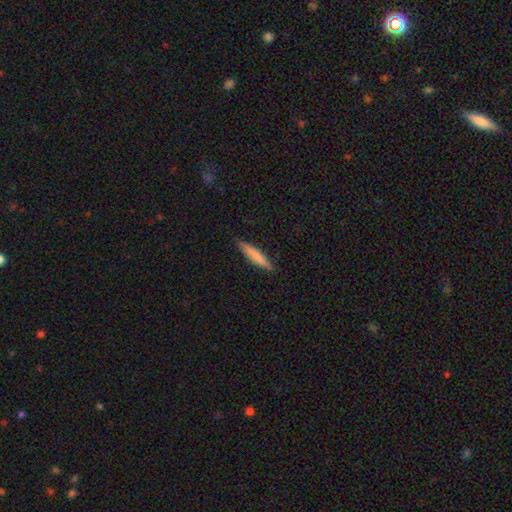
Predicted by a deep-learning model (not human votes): Smooth or featured? smooth (73%)
How rounded? cigar-shaped (90%)
Merging? none (88%)